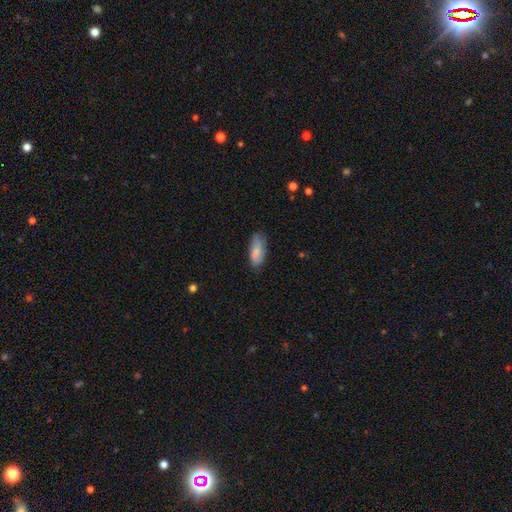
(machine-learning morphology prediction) The model was most divided on "merging": none: 70%, minor disturbance: 24%, major disturbance: 5%, merger: 2%. More confident: how rounded — in between (77%); smooth or featured — smooth (75%).